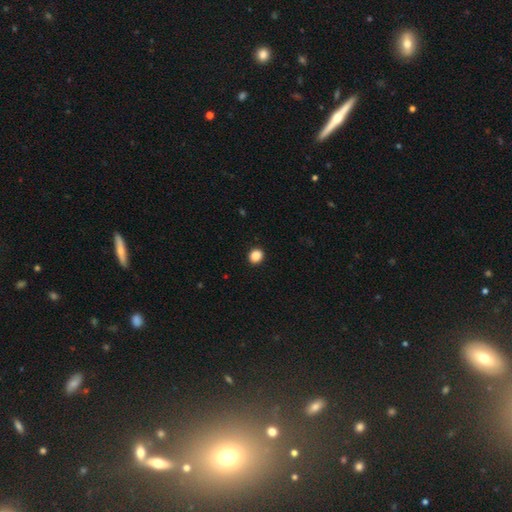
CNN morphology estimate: A smooth galaxy with no disk features (88%) that is round (76%). Merging: none (92%).